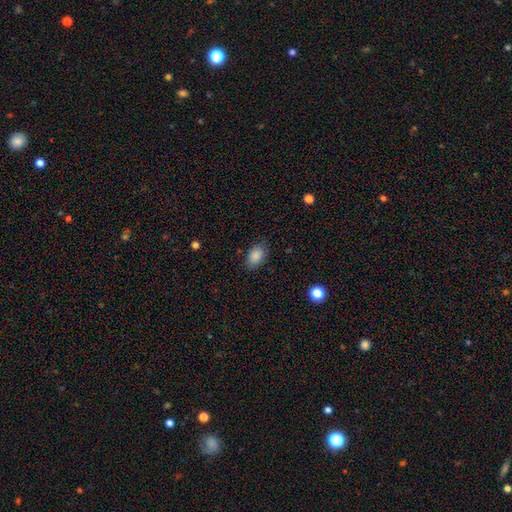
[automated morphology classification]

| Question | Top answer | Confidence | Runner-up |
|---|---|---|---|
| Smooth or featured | smooth | 87% | star or artifact (8%) |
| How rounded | in between | 86% | round (12%) |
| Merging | none | 80% | minor disturbance (15%) |